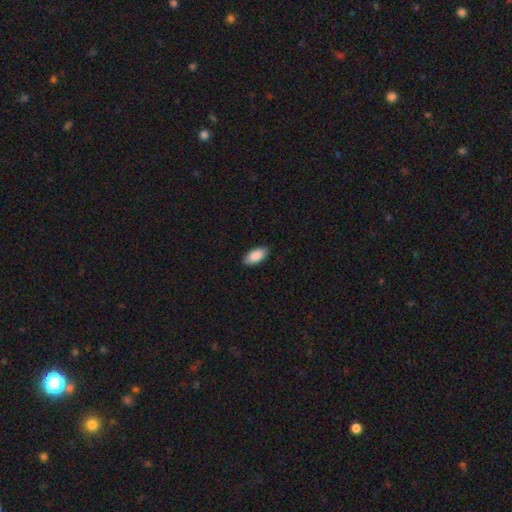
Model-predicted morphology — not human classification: This appears to be a smooth galaxy with no disk features (89%) that is in between round and cigar-shaped (92%). Merging: none (90%).